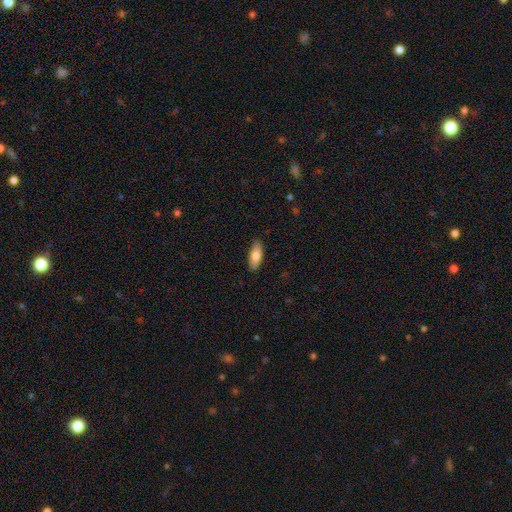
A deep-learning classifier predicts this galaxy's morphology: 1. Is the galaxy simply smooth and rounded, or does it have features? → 76% smooth, 18% featured or disk, 6% star or artifact.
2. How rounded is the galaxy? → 74% in between, 24% cigar-shaped, 2% round.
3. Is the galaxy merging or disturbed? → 87% none, 10% minor disturbance, 2% major disturbance, 1% merger.